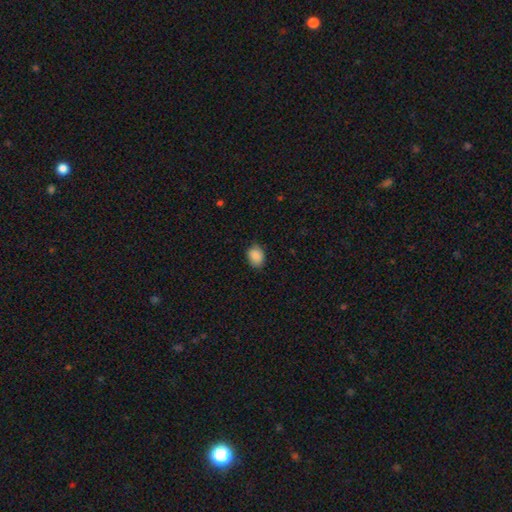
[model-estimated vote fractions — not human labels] Morphology: type=smooth (88%); roundness=in between (68%); merging=none (80%).